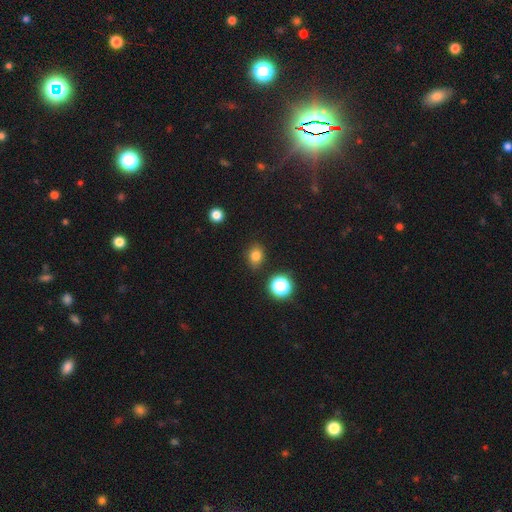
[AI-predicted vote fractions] Smooth or featured? Predicted: smooth (p=0.80). How rounded? Predicted: round (p=0.57). Merging? Predicted: none (p=0.83).